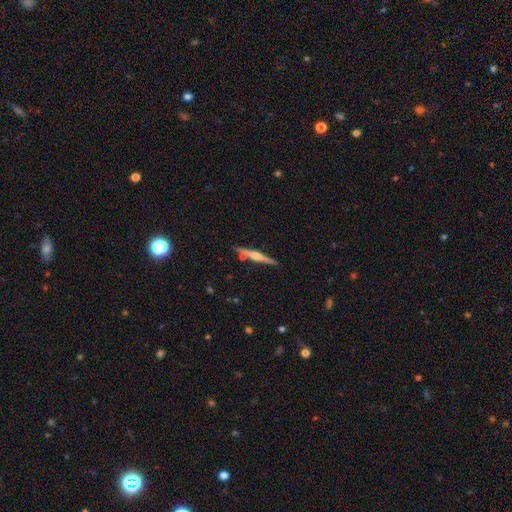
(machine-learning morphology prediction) Q: Smooth or featured?
A: featured or disk (74%); runner-up: smooth (20%)
Q: Edge-on disk?
A: yes (98%); runner-up: no (2%)
Q: Edge-on bulge?
A: rounded (85%); runner-up: boxy (9%)
Q: Merging?
A: none (83%); runner-up: minor disturbance (9%)